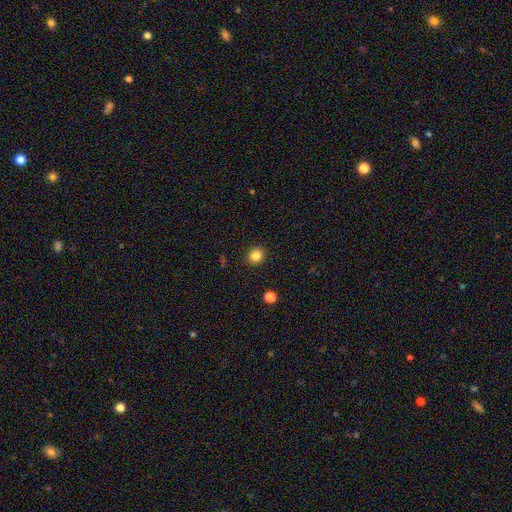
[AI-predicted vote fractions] This appears to be a smooth galaxy with no disk features (83%) that is round (79%). Merging: none (91%).